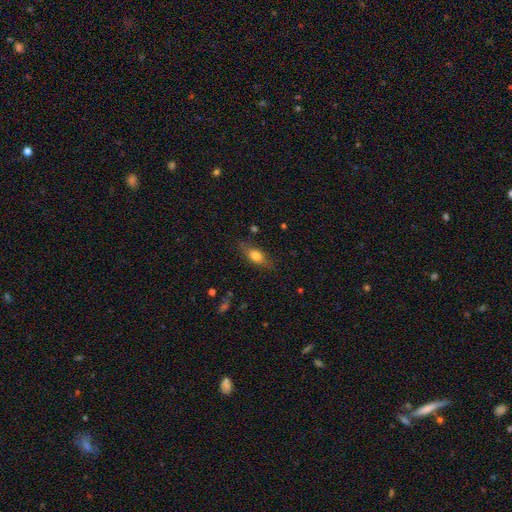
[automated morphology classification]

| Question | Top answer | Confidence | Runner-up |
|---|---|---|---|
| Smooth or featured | smooth | 75% | featured or disk (16%) |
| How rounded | in between | 77% | cigar-shaped (15%) |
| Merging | none | 77% | minor disturbance (16%) |